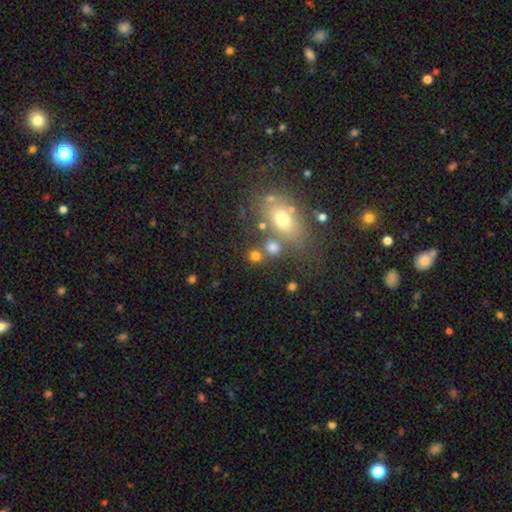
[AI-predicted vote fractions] A smooth galaxy with no disk features (74%) that is round (77%). Merging: none (68%).